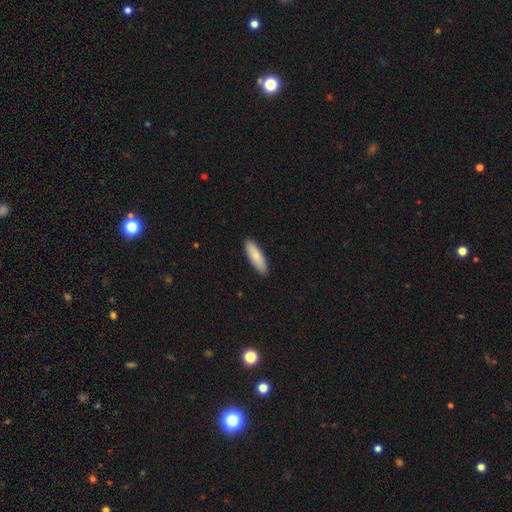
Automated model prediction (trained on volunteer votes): smooth_or_featured: smooth (p=0.82) [alt: featured or disk p=0.13]
how_rounded: cigar-shaped (p=0.52) [alt: in between p=0.46]
merging: none (p=0.90) [alt: minor disturbance p=0.07]